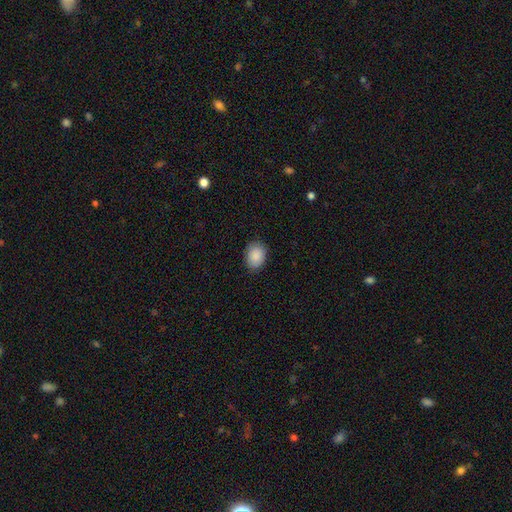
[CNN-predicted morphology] Q: Smooth or featured?
A: smooth (89%); runner-up: star or artifact (7%)
Q: How rounded?
A: in between (71%); runner-up: round (28%)
Q: Merging?
A: none (84%); runner-up: minor disturbance (12%)